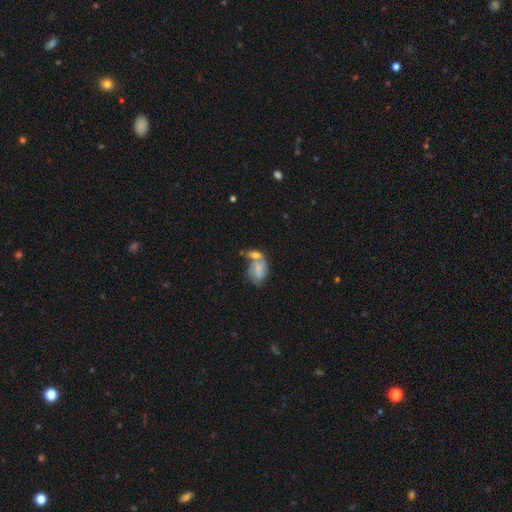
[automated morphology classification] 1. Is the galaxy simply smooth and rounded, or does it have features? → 49% featured or disk, 36% smooth, 15% star or artifact.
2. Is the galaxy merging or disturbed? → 45% merger, 29% none, 15% minor disturbance, 12% major disturbance.